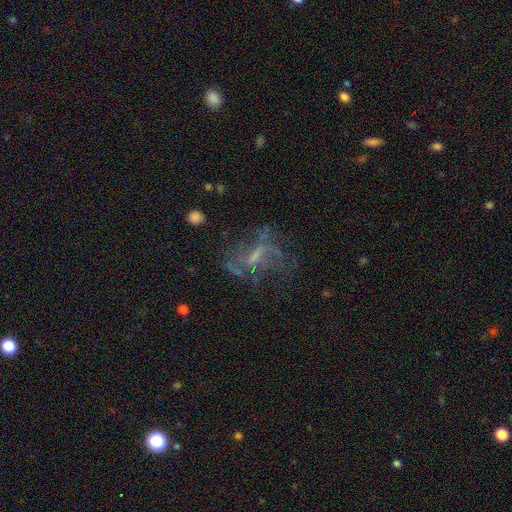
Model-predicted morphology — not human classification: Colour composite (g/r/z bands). It shows a featured or disk galaxy (51%). Merging: none (59%).